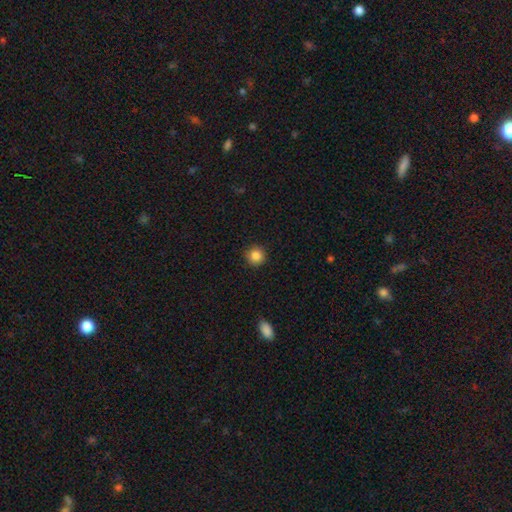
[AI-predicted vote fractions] The model was most divided on "smooth or featured": smooth: 85%, star or artifact: 10%, featured or disk: 5%. More confident: how rounded — round (94%); merging — none (92%).